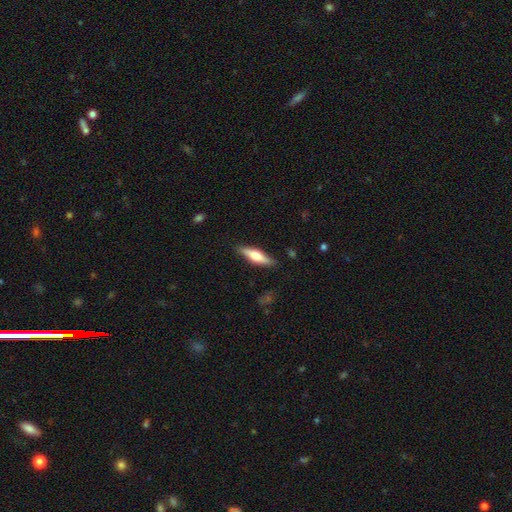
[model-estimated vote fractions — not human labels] The model was most divided on "smooth or featured": smooth: 53%, featured or disk: 41%, star or artifact: 6%. More confident: merging — none (85%); how rounded — cigar-shaped (66%).